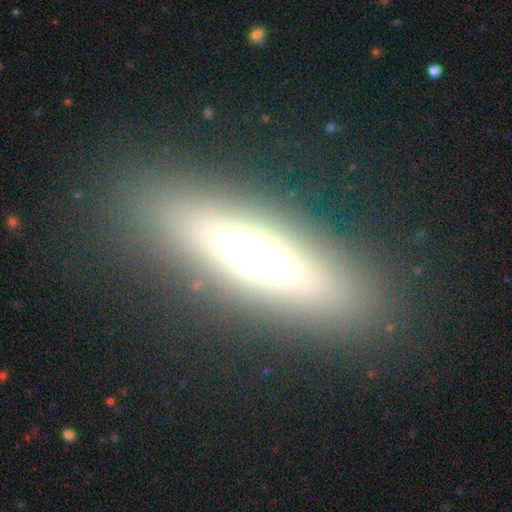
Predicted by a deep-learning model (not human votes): Morphology: type=smooth (45%); merging=none (87%).